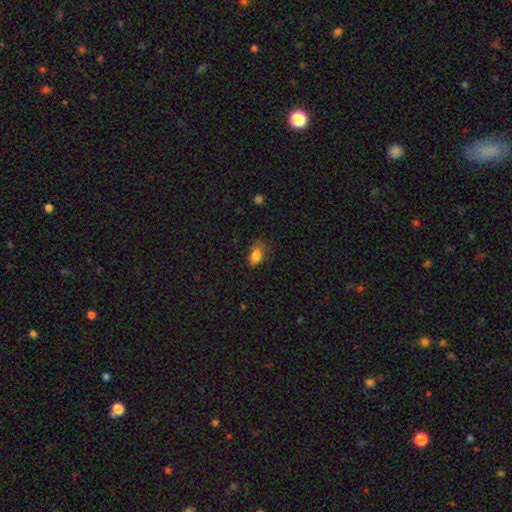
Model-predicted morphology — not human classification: Smooth or featured? Predicted: smooth (p=0.81). How rounded? Predicted: in between (p=0.85). Merging? Predicted: none (p=0.56).